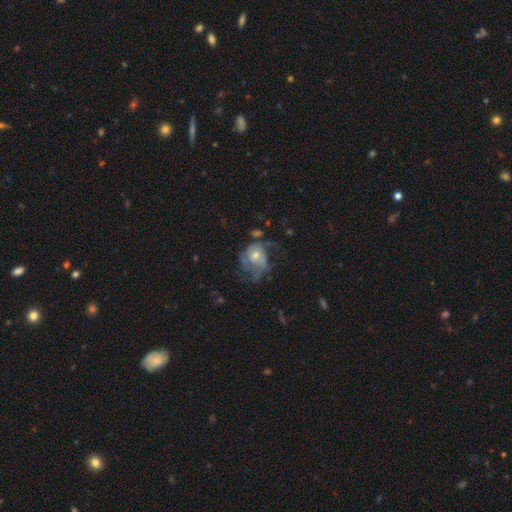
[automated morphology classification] A featured or disk galaxy (65%) with no bar (79%), spiral arms (74%) and a moderate central bulge (50%). Merging: major disturbance (38%).